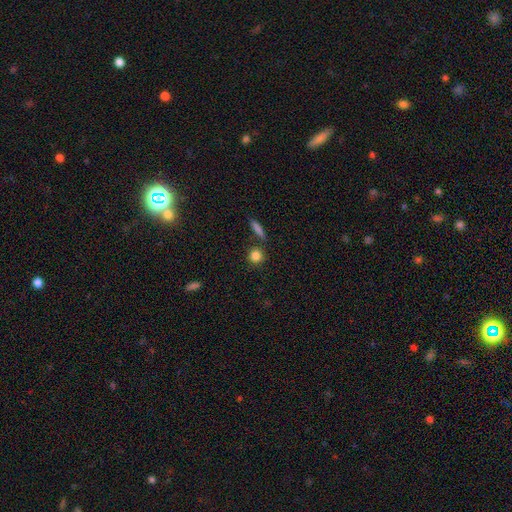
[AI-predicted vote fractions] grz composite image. It shows a smooth galaxy with no disk features (85%) that is round (87%). Merging: none (81%).